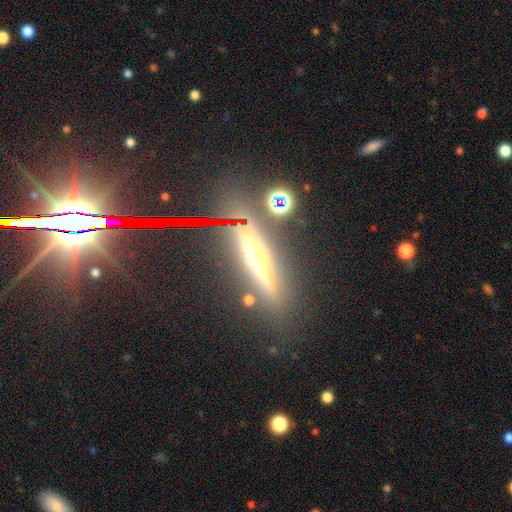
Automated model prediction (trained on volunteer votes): Smooth or featured: featured or disk — 67% (star or artifact — 19%)
Edge-on disk: yes — 94% (no — 6%)
Edge-on bulge: rounded — 87% (boxy — 8%)
Merging: none — 83% (minor disturbance — 10%)